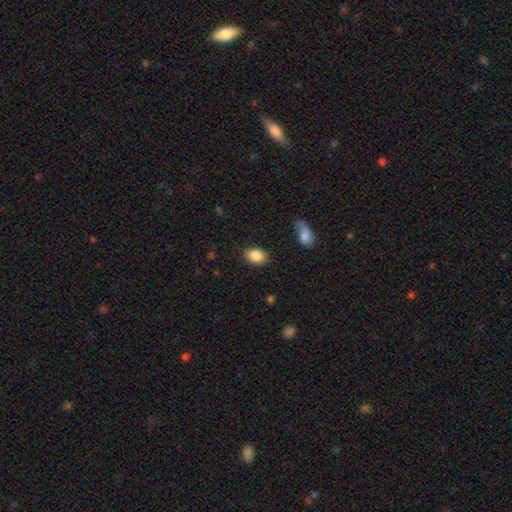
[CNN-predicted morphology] A smooth galaxy with no disk features (86%) that is in between round and cigar-shaped (75%). Merging: none (82%).